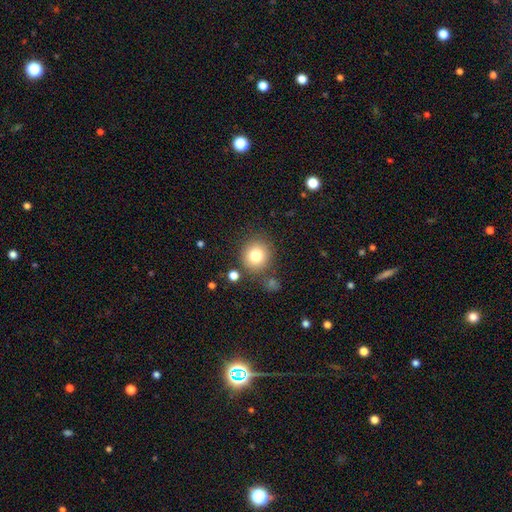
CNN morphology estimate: Smooth or featured? Predicted: smooth (p=0.80). How rounded? Predicted: round (p=0.88). Merging? Predicted: none (p=0.81).